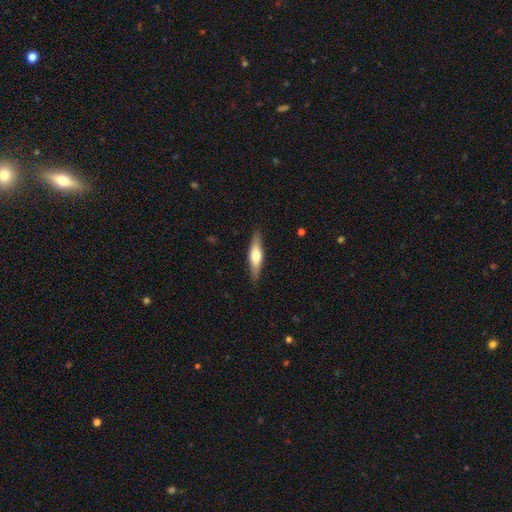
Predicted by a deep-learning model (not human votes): Morphology: type=smooth (49%); merging=none (87%).